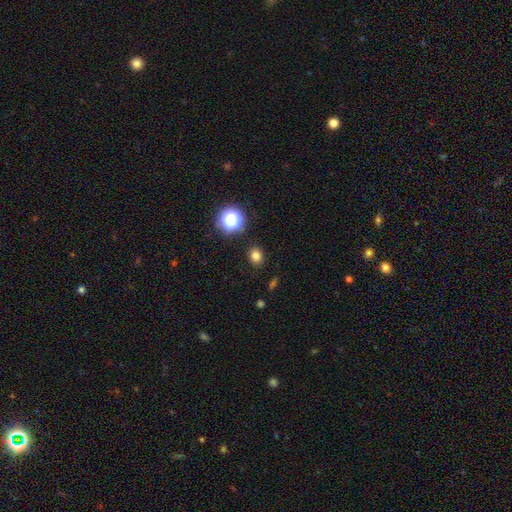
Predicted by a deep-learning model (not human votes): Overall: smooth (78%). How rounded: round (62%; in between 37%). Merging: none (89%).